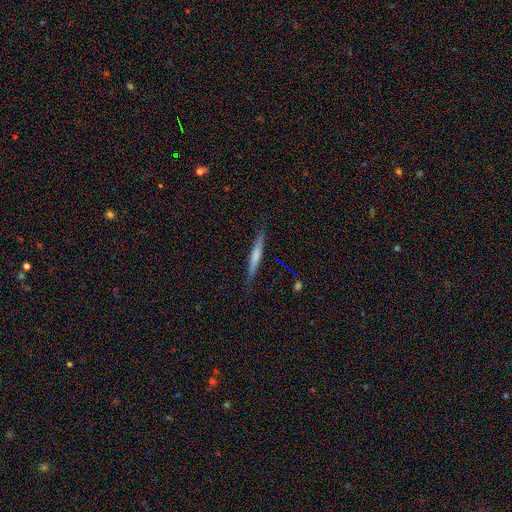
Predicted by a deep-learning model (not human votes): A smooth galaxy with no disk features (53%) that is cigar-shaped (94%).

Vote fractions:
- Smooth or featured? smooth: 53% / featured or disk: 40% / star or artifact: 6%
- How rounded? cigar-shaped: 94% / in between: 4% / round: 2%
- Merging? none: 84% / minor disturbance: 12% / major disturbance: 2% / merger: 1%